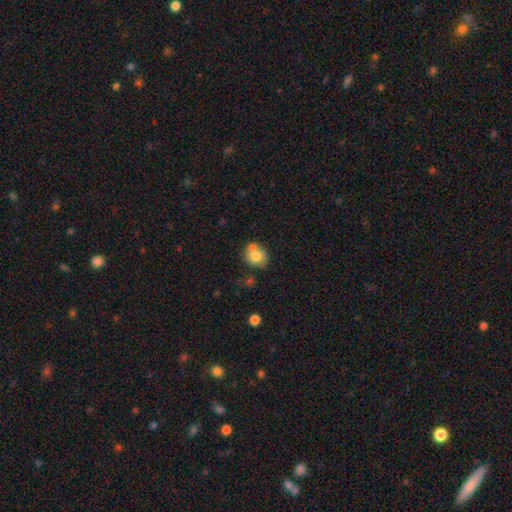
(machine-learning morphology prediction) This is likely a smooth galaxy (77%). How rounded: likely round (65%). Merging: possibly none (49%).